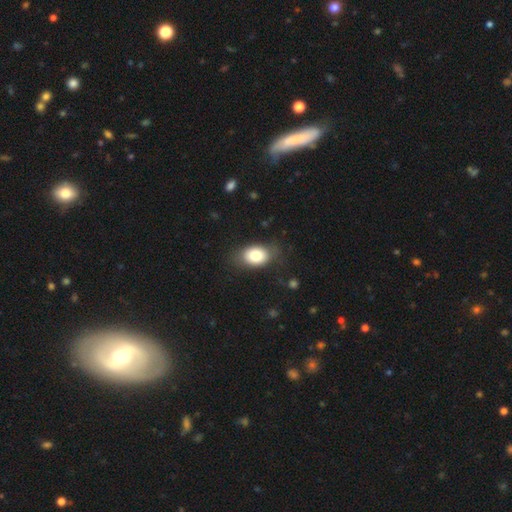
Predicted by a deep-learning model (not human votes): The model was most divided on "merging": none: 76%, minor disturbance: 17%, major disturbance: 6%, merger: 1%. More confident: how rounded — in between (80%); smooth or featured — smooth (79%).